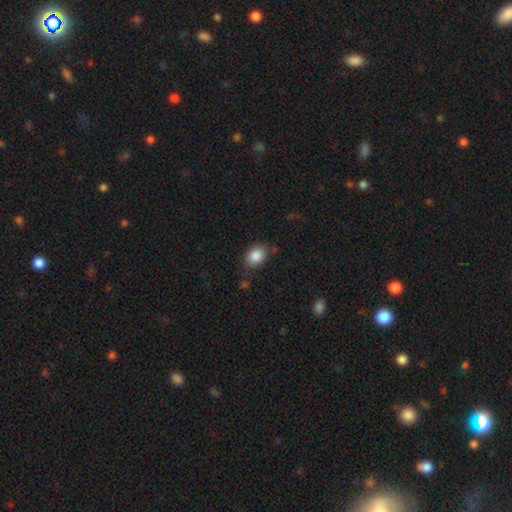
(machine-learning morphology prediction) A smooth galaxy with no disk features (87%) that is in between round and cigar-shaped (58%).

Vote fractions:
- Smooth or featured? smooth: 87% / star or artifact: 8% / featured or disk: 5%
- How rounded? in between: 58% / round: 41% / cigar-shaped: 1%
- Merging? none: 72% / minor disturbance: 19% / major disturbance: 5% / merger: 4%